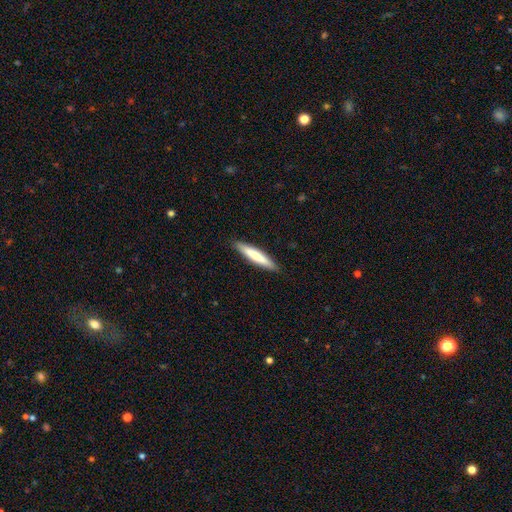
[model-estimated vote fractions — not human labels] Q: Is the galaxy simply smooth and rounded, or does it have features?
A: smooth — 72%.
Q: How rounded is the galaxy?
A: cigar-shaped — 90%.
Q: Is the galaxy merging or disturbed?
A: none — 90%.